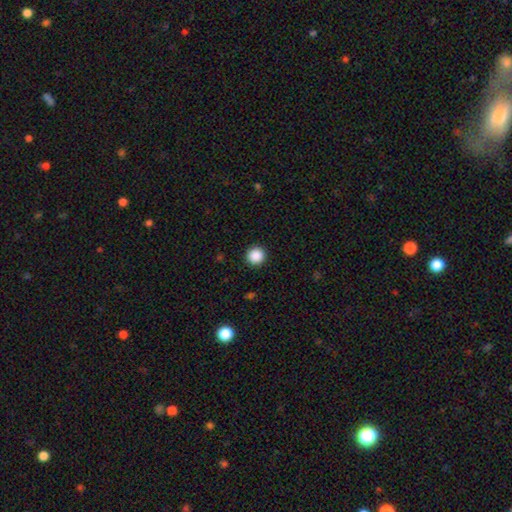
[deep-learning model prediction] Morphology: type=smooth (88%); roundness=round (96%); merging=none (93%).